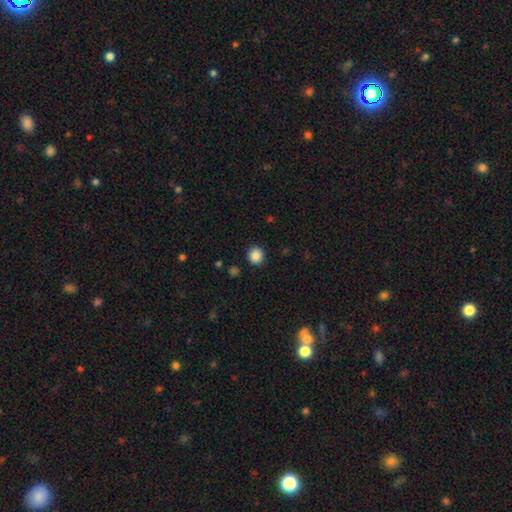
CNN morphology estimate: Overall: smooth (88%). How rounded: round (90%). Merging: none (91%).